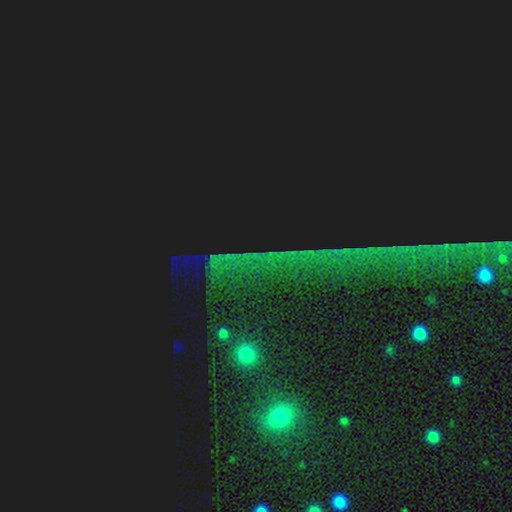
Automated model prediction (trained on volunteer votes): Morphology: type=star or artifact (84%).